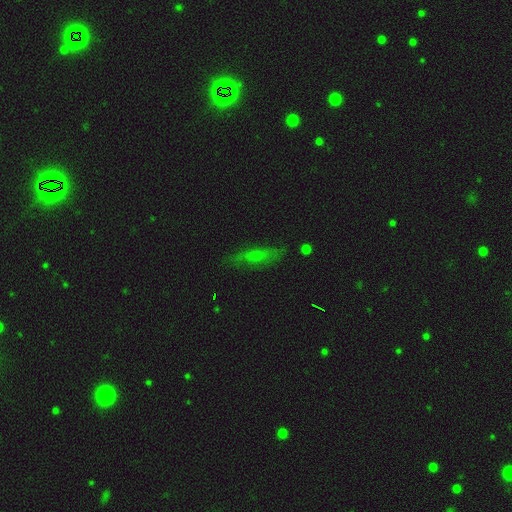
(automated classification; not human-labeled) smooth-or-featured: smooth: 45% | featured or disk: 37% | star or artifact: 18%
  merging: none: 77% | minor disturbance: 15% | major disturbance: 5% | merger: 2%